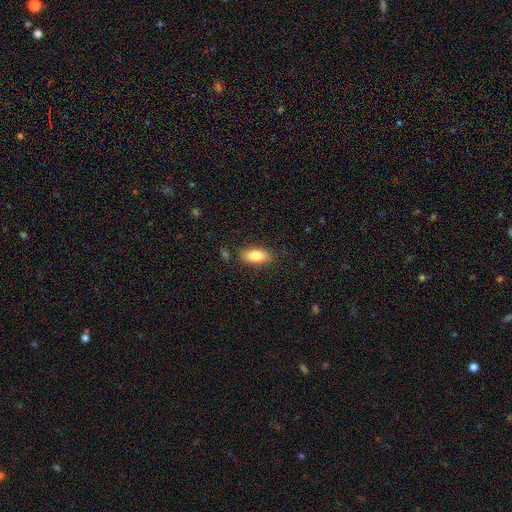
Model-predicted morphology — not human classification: Q: Smooth or featured?
A: smooth (79%); runner-up: featured or disk (14%)
Q: How rounded?
A: in between (87%); runner-up: cigar-shaped (10%)
Q: Merging?
A: none (84%); runner-up: minor disturbance (11%)